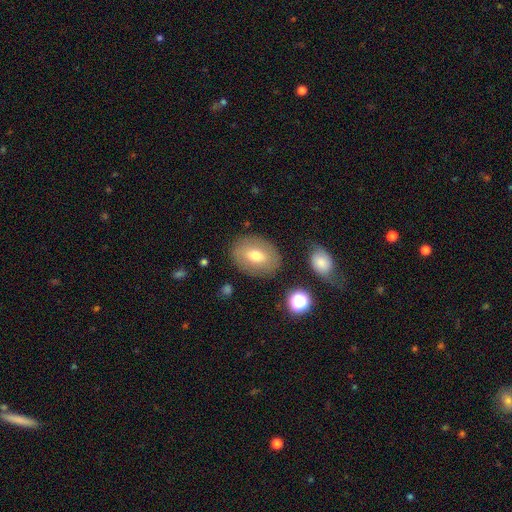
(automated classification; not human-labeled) Smooth or featured: smooth — 64% (featured or disk — 28%)
How rounded: in between — 73% (round — 26%)
Merging: none — 81% (minor disturbance — 12%)